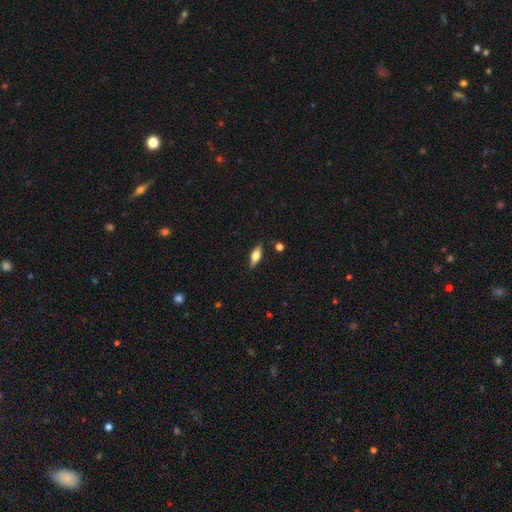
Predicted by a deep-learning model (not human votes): smooth_or_featured: smooth (p=0.54) [alt: featured or disk p=0.39]
how_rounded: in between (p=0.66) [alt: cigar-shaped p=0.30]
merging: none (p=0.84) [alt: minor disturbance p=0.11]